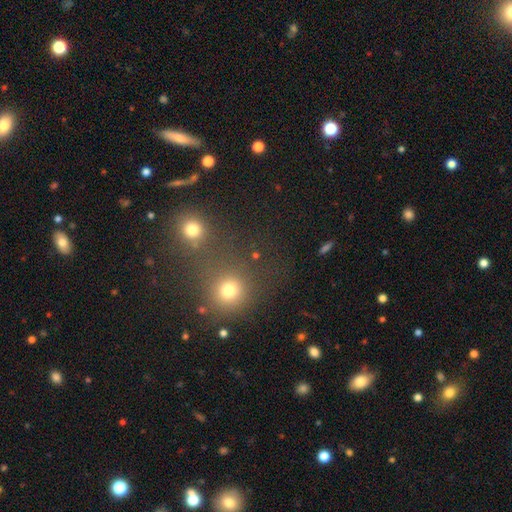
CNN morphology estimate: Q: Smooth or featured?
A: smooth (63%); runner-up: star or artifact (29%)
Q: How rounded?
A: round (87%); runner-up: in between (12%)
Q: Merging?
A: none (65%); runner-up: merger (21%)